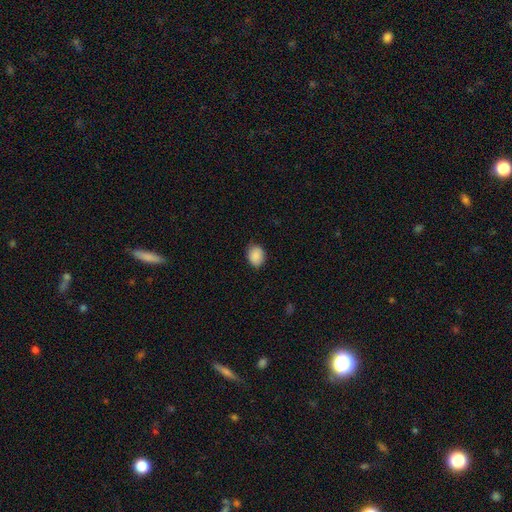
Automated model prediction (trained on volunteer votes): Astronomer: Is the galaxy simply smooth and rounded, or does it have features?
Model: smooth — 89%.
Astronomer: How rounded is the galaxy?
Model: in between — 54% (runner-up: round, 45%).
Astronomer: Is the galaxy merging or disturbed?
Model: none — 79%.